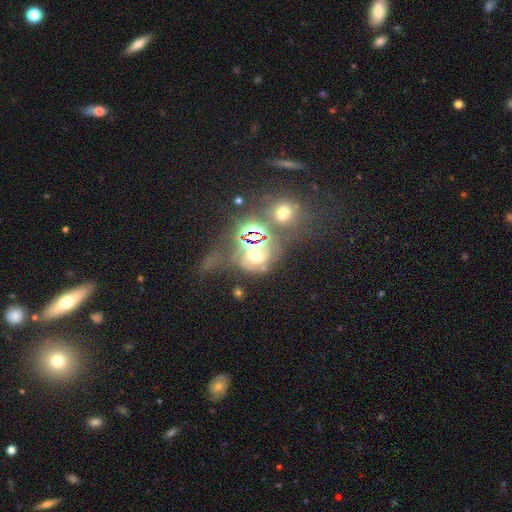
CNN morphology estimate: type=star or artifact (40%).